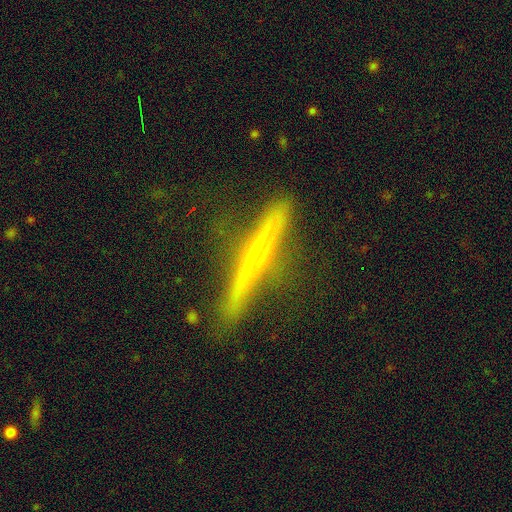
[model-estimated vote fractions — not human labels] smooth_or_featured: featured or disk (p=0.73) [alt: smooth p=0.19]
disk_edge_on: yes (p=0.96) [alt: no p=0.04]
edge_on_bulge: rounded (p=0.51) [alt: none p=0.43]
merging: none (p=0.81) [alt: minor disturbance p=0.14]